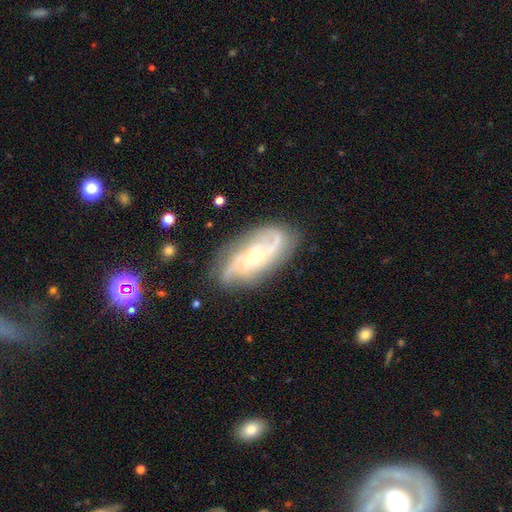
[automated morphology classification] Q: Smooth or featured?
A: featured or disk (83%); runner-up: smooth (11%)
Q: Edge-on disk?
A: no (94%); runner-up: yes (6%)
Q: Bar?
A: no (66%); runner-up: weak (26%)
Q: Spiral arms?
A: yes (95%); runner-up: no (5%)
Q: Spiral winding?
A: medium (42%); runner-up: tight (32%)
Q: Spiral arm count?
A: 2 (41%); runner-up: 3 (23%)
Q: Bulge size?
A: small (62%); runner-up: moderate (34%)
Q: Merging?
A: none (72%); runner-up: minor disturbance (18%)